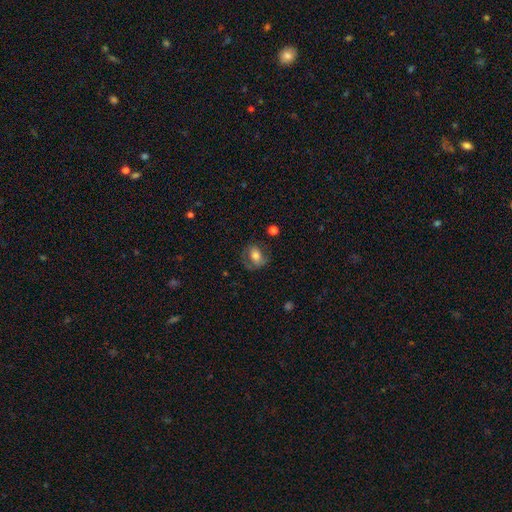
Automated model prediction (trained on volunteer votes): Smooth or featured?
  - smooth: 61% *
  - featured or disk: 30%
  - star or artifact: 9%
How rounded?
  - in between: 61% *
  - round: 37%
  - cigar-shaped: 2%
Merging?
  - none: 60% *
  - minor disturbance: 22%
  - major disturbance: 16%
  - merger: 2%